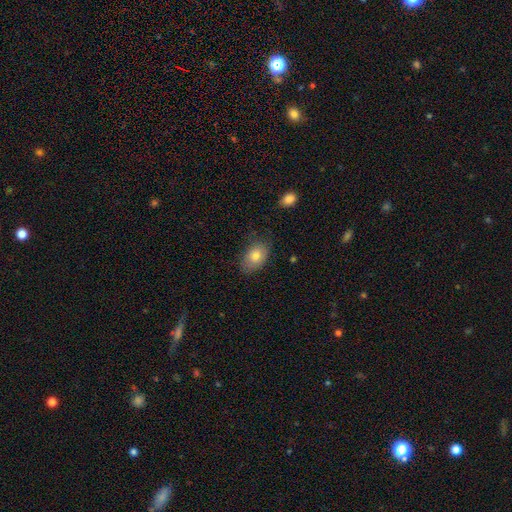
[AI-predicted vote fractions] smooth-or-featured: smooth: 79% | featured or disk: 14% | star or artifact: 7%
  how-rounded: in between: 89% | round: 10% | cigar-shaped: 1%
  merging: none: 72% | minor disturbance: 21% | major disturbance: 5% | merger: 1%